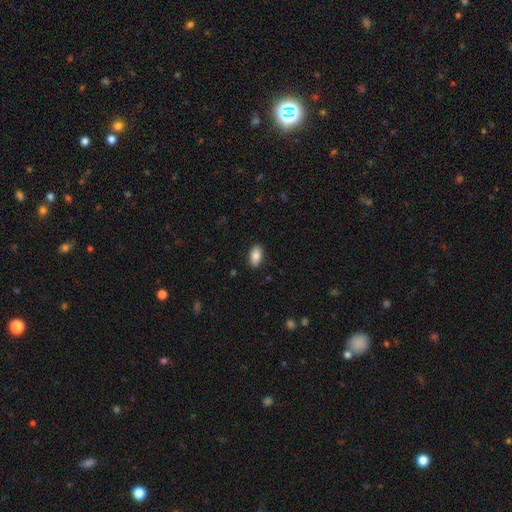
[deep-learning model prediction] A smooth galaxy with no disk features (84%) that is in between round and cigar-shaped (93%).

Vote fractions:
- Smooth or featured? smooth: 84% / featured or disk: 9% / star or artifact: 7%
- How rounded? in between: 93% / round: 4% / cigar-shaped: 3%
- Merging? none: 89% / minor disturbance: 8% / major disturbance: 2% / merger: 1%